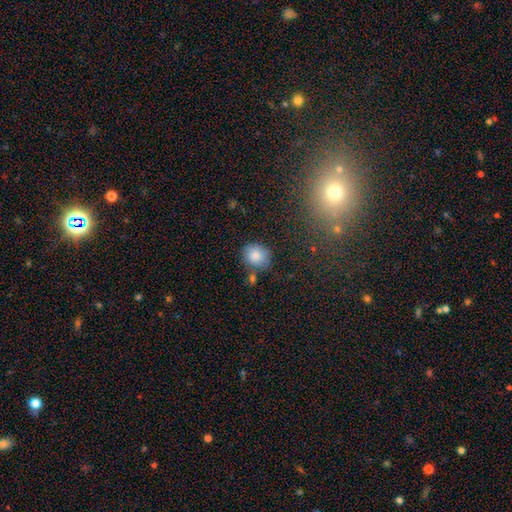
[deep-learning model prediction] A smooth galaxy with no disk features (84%) that is round (80%).

Vote fractions:
- Smooth or featured? smooth: 84% / star or artifact: 9% / featured or disk: 7%
- How rounded? round: 80% / in between: 19% / cigar-shaped: 1%
- Merging? none: 71% / minor disturbance: 15% / merger: 10% / major disturbance: 4%